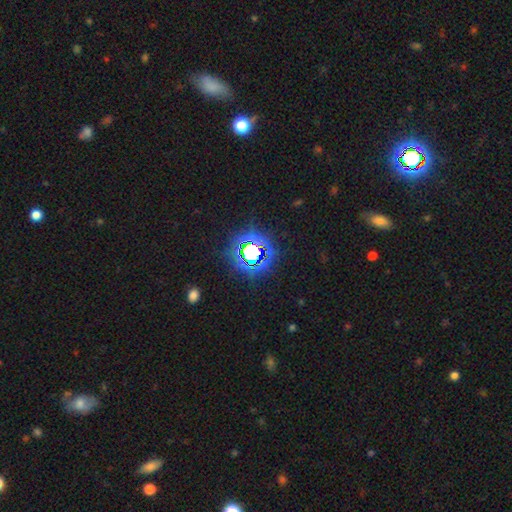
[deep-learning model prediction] Q: Smooth or featured?
A: star or artifact (76%); runner-up: smooth (14%)